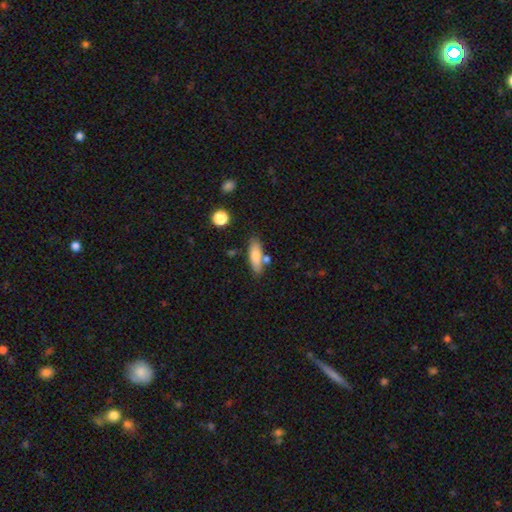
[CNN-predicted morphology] type=smooth (76%); roundness=in between (54%); merging=none (69%).